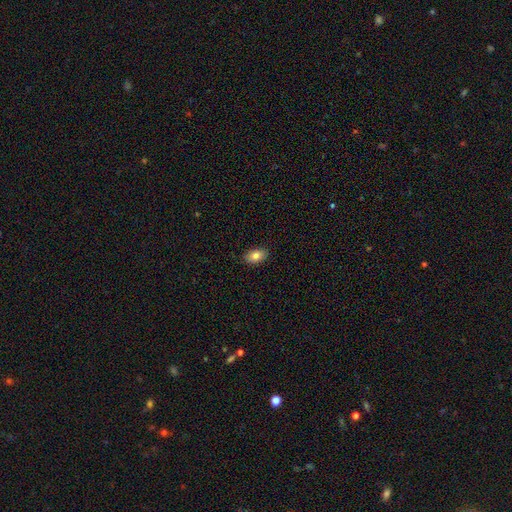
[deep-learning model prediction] A smooth galaxy with no disk features (82%) that is in between round and cigar-shaped (90%).

Vote fractions:
- Smooth or featured? smooth: 82% / featured or disk: 10% / star or artifact: 8%
- How rounded? in between: 90% / round: 8% / cigar-shaped: 2%
- Merging? none: 89% / minor disturbance: 9% / major disturbance: 2% / merger: 1%